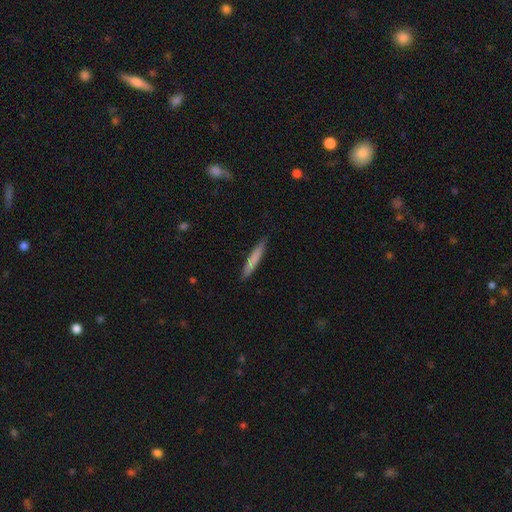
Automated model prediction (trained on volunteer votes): Smooth or featured? smooth (72%)
How rounded? cigar-shaped (95%)
Merging? none (89%)